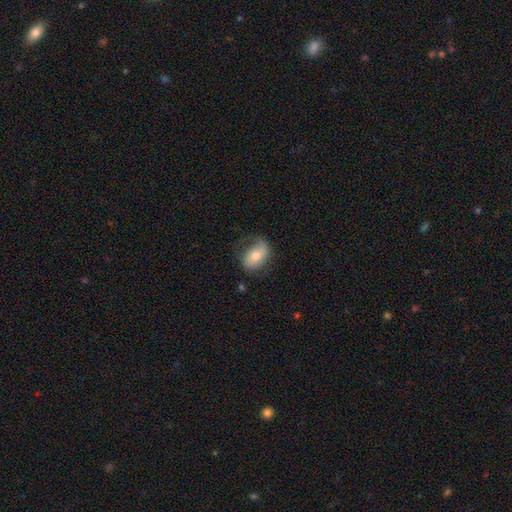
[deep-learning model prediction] smooth_or_featured: smooth (p=0.59) [alt: featured or disk p=0.34]
how_rounded: in between (p=0.83) [alt: round p=0.15]
merging: none (p=0.54) [alt: minor disturbance p=0.28]